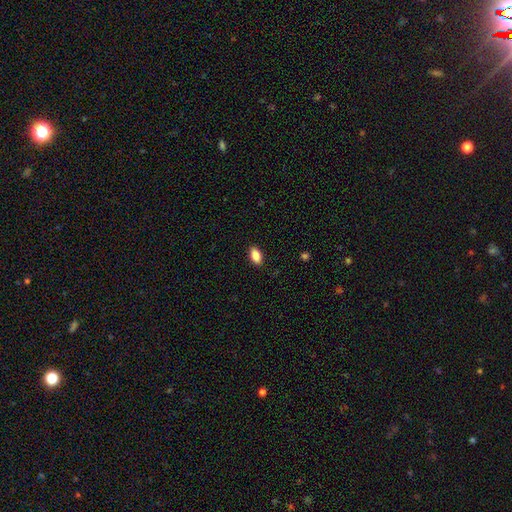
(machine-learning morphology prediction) type=smooth (87%); roundness=in between (91%); merging=none (89%).